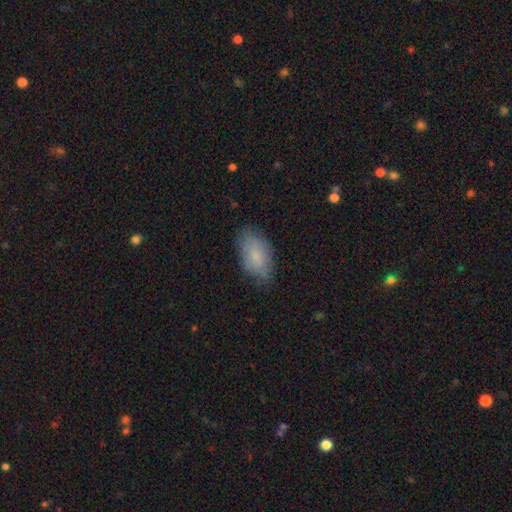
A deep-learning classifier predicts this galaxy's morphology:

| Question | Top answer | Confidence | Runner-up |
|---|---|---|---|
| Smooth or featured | smooth | 80% | featured or disk (13%) |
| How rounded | in between | 94% | round (4%) |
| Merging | none | 75% | minor disturbance (20%) |